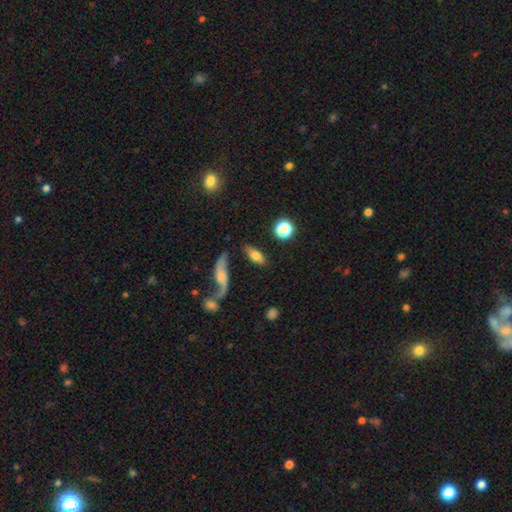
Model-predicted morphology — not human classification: This appears to be a smooth galaxy with no disk features (65%) that is in between round and cigar-shaped (77%). Merging: none (65%).